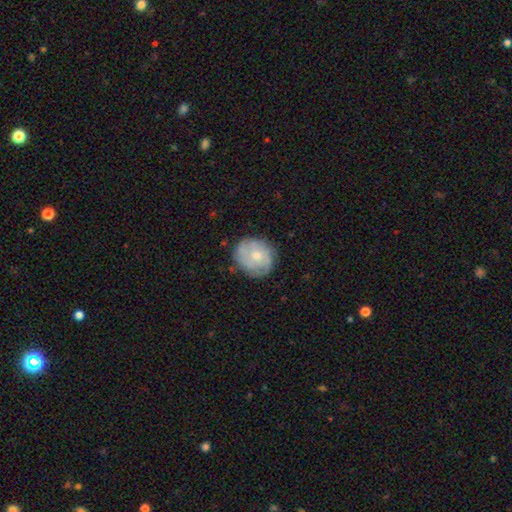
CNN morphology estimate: Smooth or featured? Predicted: smooth (p=0.49). Merging? Predicted: none (p=0.74).